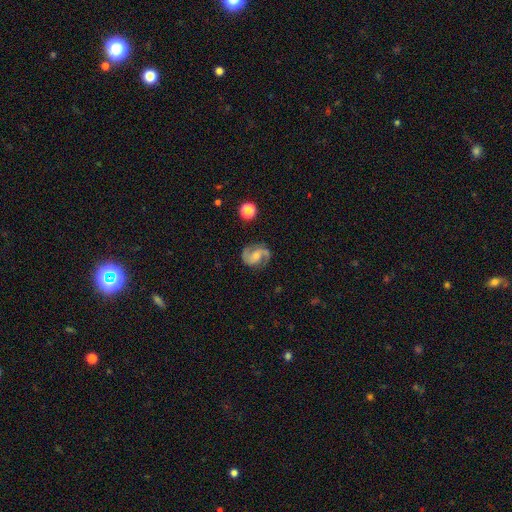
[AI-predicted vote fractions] A featured or disk galaxy (87%) with no bar (46%), 2 (91%) medium (54%) spiral arms (97%) and a small central bulge (48%). Merging: none (77%).